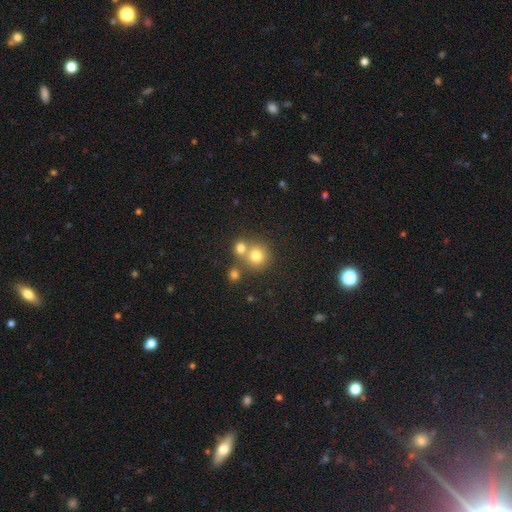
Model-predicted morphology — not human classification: type=smooth (76%); roundness=round (89%); merging=none (52%).